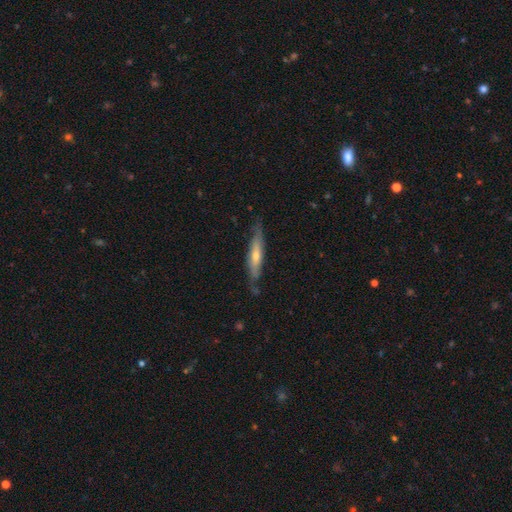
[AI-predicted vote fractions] smooth_or_featured: featured or disk (p=0.58) [alt: smooth p=0.36]
disk_edge_on: yes (p=0.77) [alt: no p=0.23]
merging: none (p=0.75) [alt: minor disturbance p=0.19]